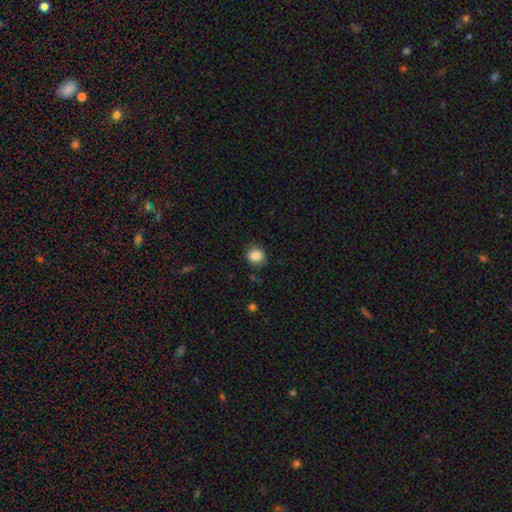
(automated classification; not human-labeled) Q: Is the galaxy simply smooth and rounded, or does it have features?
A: smooth — 86%.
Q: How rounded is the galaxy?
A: round — 80%.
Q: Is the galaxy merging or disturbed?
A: none — 80%.